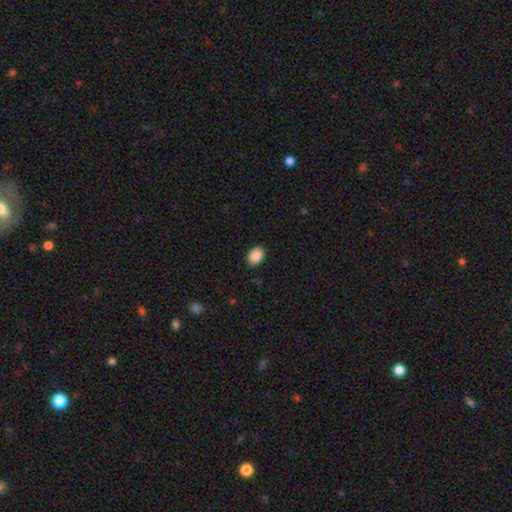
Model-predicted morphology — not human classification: A smooth galaxy with no disk features (89%) that is in between round and cigar-shaped (78%).

Vote fractions:
- Smooth or featured? smooth: 89% / star or artifact: 7% / featured or disk: 4%
- How rounded? in between: 78% / round: 21% / cigar-shaped: 1%
- Merging? none: 89% / minor disturbance: 8% / major disturbance: 2% / merger: 1%